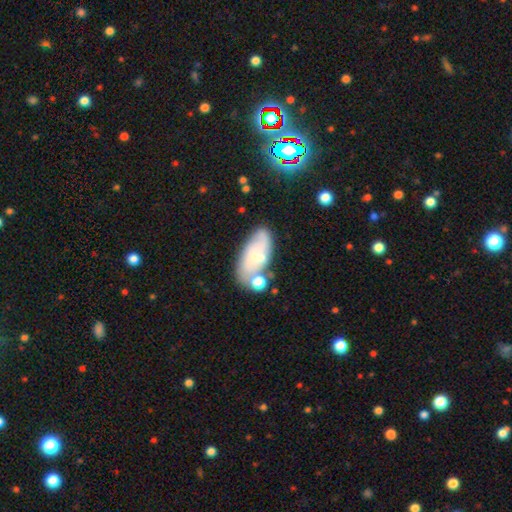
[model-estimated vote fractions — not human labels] Smooth or featured? featured or disk (50%)
Merging? none (49%)